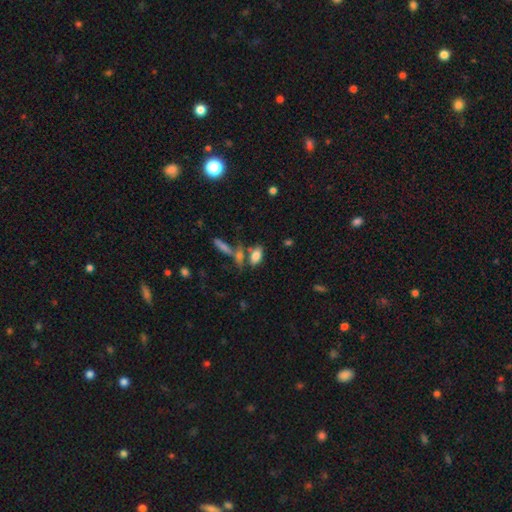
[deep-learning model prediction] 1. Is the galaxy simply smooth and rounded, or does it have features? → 79% smooth, 12% featured or disk, 9% star or artifact.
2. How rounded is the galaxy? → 86% in between, 10% cigar-shaped, 4% round.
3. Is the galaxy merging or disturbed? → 55% none, 27% merger, 12% minor disturbance, 6% major disturbance.